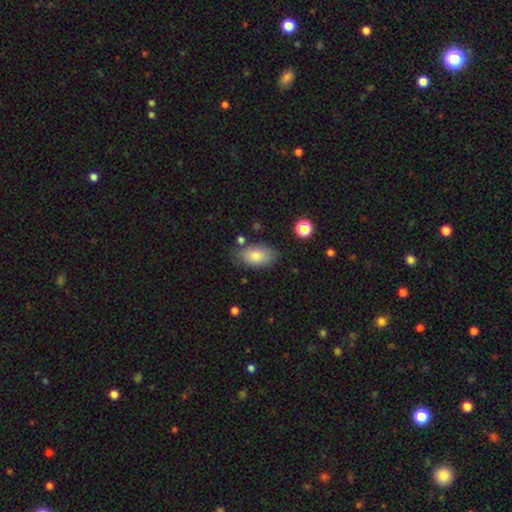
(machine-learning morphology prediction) A smooth galaxy with no disk features (81%) that is in between round and cigar-shaped (92%).

Vote fractions:
- Smooth or featured? smooth: 81% / featured or disk: 12% / star or artifact: 7%
- How rounded? in between: 92% / round: 5% / cigar-shaped: 2%
- Merging? none: 77% / minor disturbance: 16% / merger: 4% / major disturbance: 4%